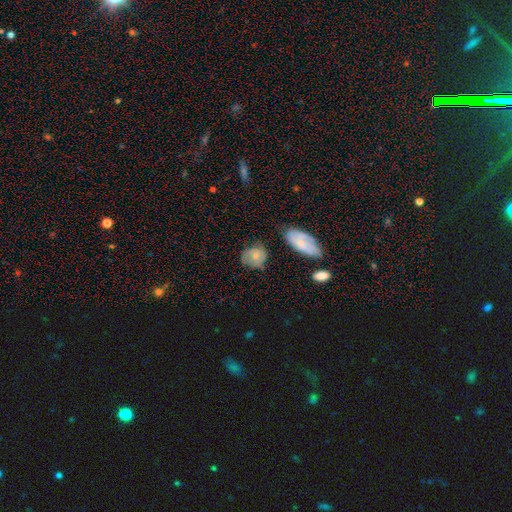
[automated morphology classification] A smooth galaxy with no disk features (58%) that is round (60%). Merging: none (55%).